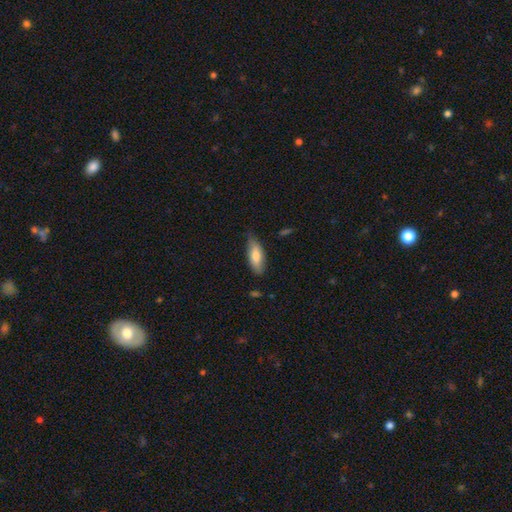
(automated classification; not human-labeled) Smooth or featured? Predicted: smooth (p=0.78). How rounded? Predicted: in between (p=0.79). Merging? Predicted: none (p=0.70).